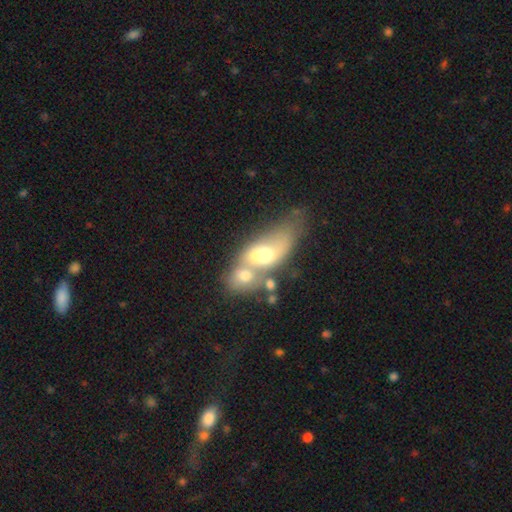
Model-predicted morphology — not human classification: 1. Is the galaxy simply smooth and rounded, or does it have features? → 52% smooth, 38% featured or disk, 10% star or artifact.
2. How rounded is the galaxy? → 71% in between, 19% round, 9% cigar-shaped.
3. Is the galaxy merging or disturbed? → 68% merger, 16% none, 9% major disturbance, 8% minor disturbance.